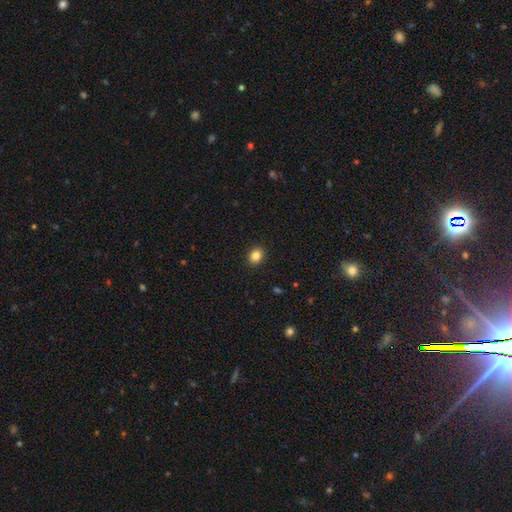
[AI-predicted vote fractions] smooth 84%, star or artifact 11%, featured or disk 5%. Down the decision tree: how rounded — round (63%); merging — none (92%).